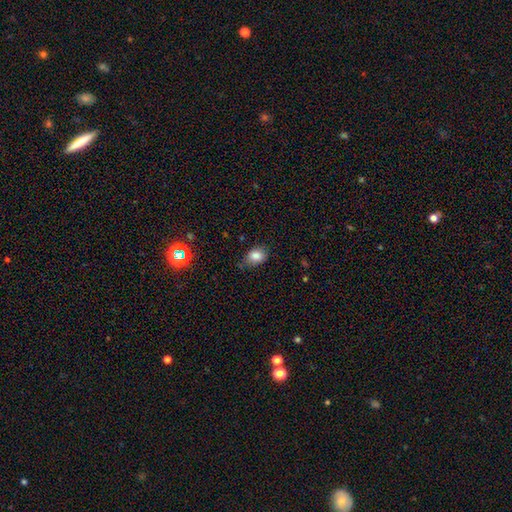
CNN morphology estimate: Smooth or featured? smooth (81%)
How rounded? in between (66%)
Merging? none (68%)